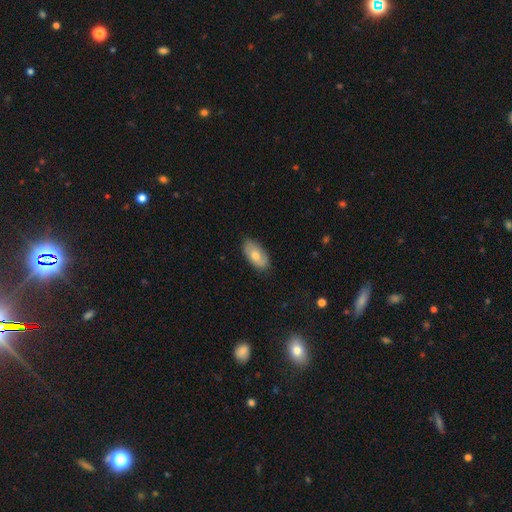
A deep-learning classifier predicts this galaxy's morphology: Smooth or featured? smooth (72%)
How rounded? in between (93%)
Merging? none (81%)